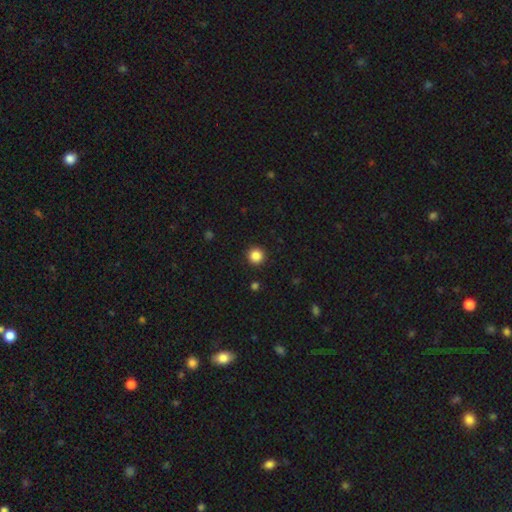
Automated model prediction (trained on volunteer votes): Morphology: type=smooth (86%); roundness=round (96%); merging=none (93%).